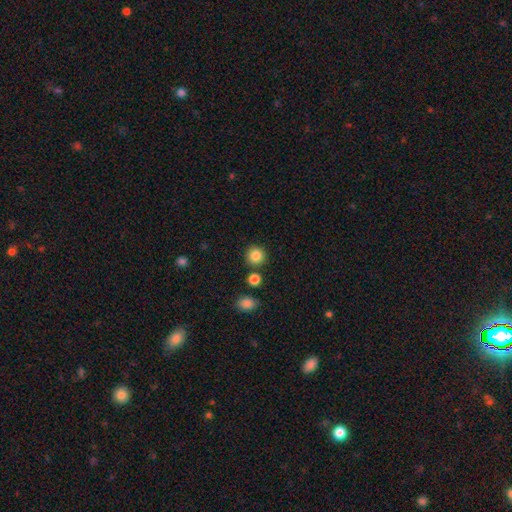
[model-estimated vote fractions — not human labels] Smooth or featured? Predicted: smooth (p=0.85). How rounded? Predicted: round (p=0.92). Merging? Predicted: none (p=0.86).